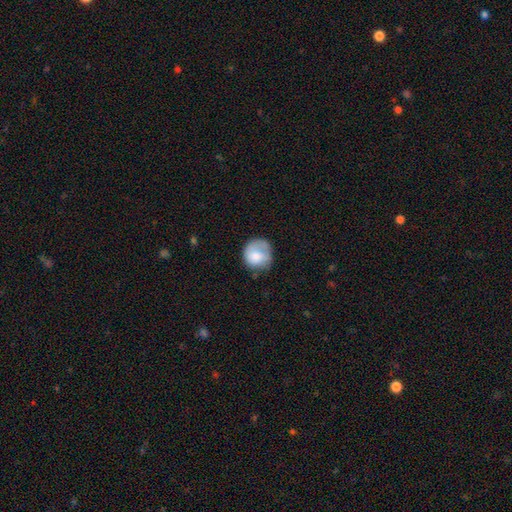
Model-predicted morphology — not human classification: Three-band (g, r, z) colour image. It shows a smooth galaxy with no disk features (75%) that is round (82%). Merging: none (55%).